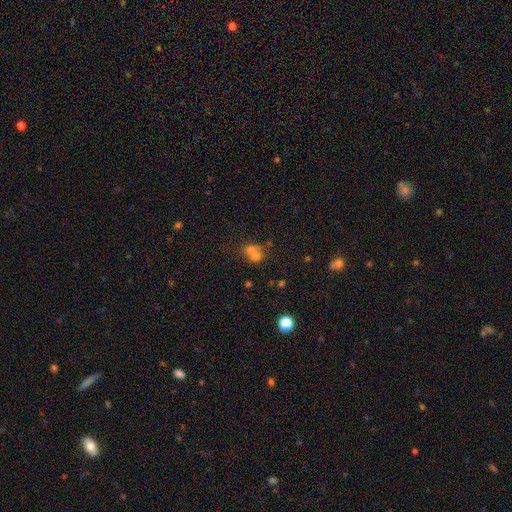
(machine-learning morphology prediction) A smooth galaxy with no disk features (63%) that is round (75%).

Vote fractions:
- Smooth or featured? smooth: 63% / featured or disk: 19% / star or artifact: 18%
- How rounded? round: 75% / in between: 24% / cigar-shaped: 1%
- Merging? merger: 59% / none: 32% / minor disturbance: 6% / major disturbance: 3%